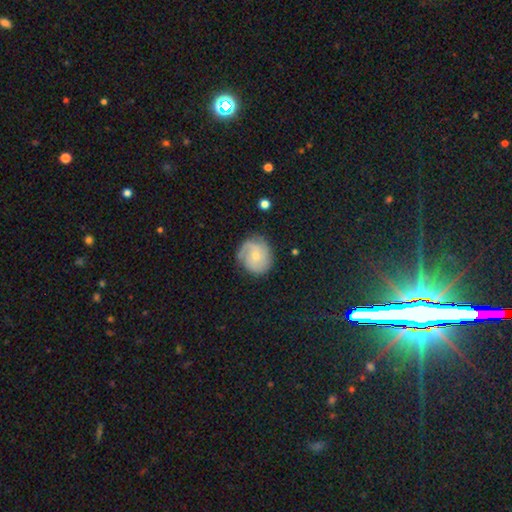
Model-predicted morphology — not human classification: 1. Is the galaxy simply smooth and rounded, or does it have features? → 62% featured or disk, 30% smooth, 7% star or artifact.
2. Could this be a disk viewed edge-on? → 98% no, 2% yes.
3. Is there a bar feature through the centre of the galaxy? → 69% no, 27% weak, 4% strong.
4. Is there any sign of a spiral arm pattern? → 90% yes, 10% no.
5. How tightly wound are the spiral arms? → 47% tight, 37% medium, 15% loose.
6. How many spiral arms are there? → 34% 2, 28% can't tell, 20% 3, 9% 1, 4% 4, 4% more than 4.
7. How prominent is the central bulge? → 66% small, 29% moderate, 2% none, 1% large, 1% dominant.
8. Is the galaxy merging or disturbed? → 71% none, 20% minor disturbance, 7% major disturbance, 2% merger.